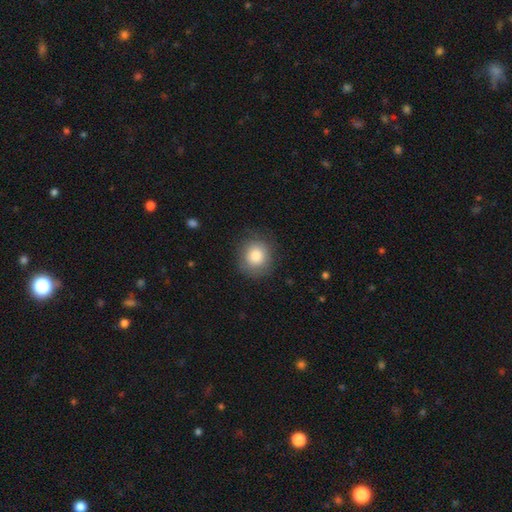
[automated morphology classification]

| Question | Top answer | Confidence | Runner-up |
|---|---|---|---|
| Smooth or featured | smooth | 83% | star or artifact (8%) |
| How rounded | round | 85% | in between (14%) |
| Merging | none | 84% | minor disturbance (11%) |